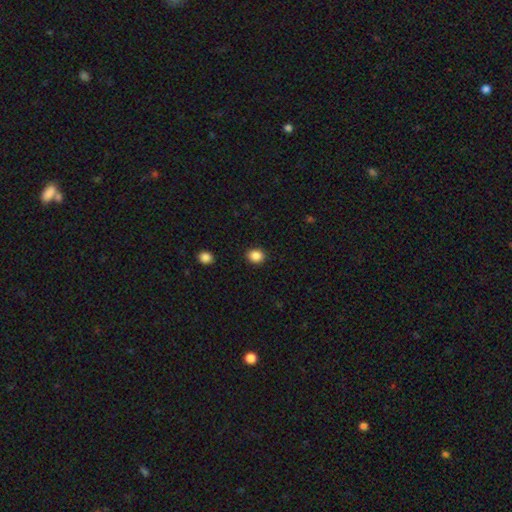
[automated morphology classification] A smooth galaxy with no disk features (87%) that is round (60%).

Vote fractions:
- Smooth or featured? smooth: 87% / star or artifact: 10% / featured or disk: 3%
- How rounded? round: 60% / in between: 40% / cigar-shaped: 1%
- Merging? none: 90% / minor disturbance: 7% / major disturbance: 2% / merger: 1%